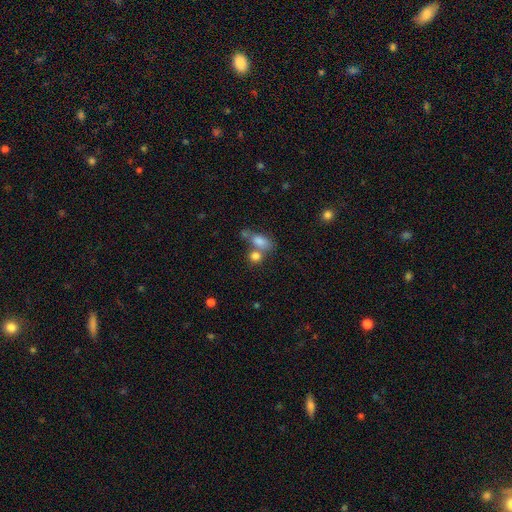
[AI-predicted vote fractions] Smooth or featured? smooth (80%)
How rounded? in between (53%)
Merging? none (42%, tied with merger)